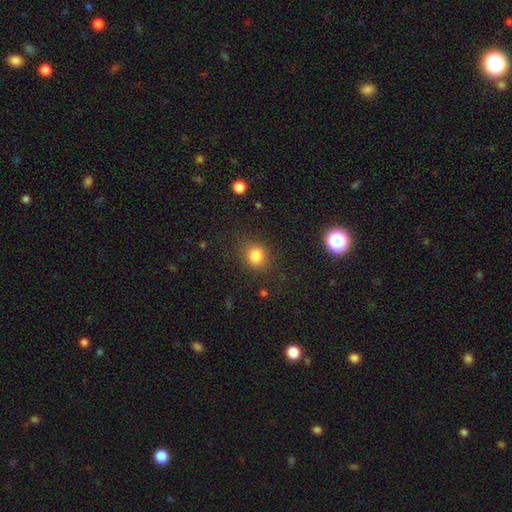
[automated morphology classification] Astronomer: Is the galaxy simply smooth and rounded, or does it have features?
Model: smooth — 83%.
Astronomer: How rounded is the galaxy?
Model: round — 74%.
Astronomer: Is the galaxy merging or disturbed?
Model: none — 81%.